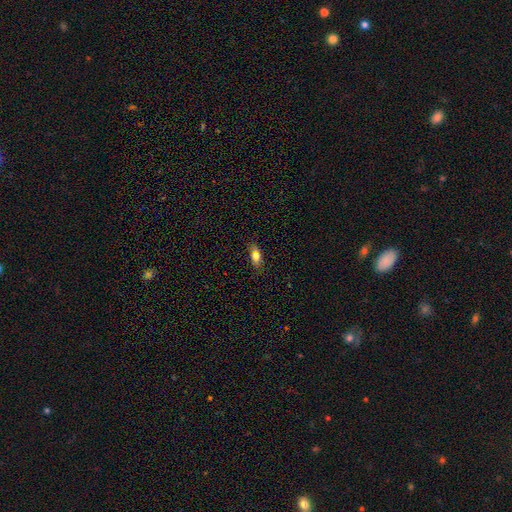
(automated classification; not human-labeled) This appears to be a smooth galaxy with no disk features (74%) that is in between round and cigar-shaped (79%). Merging: none (77%).